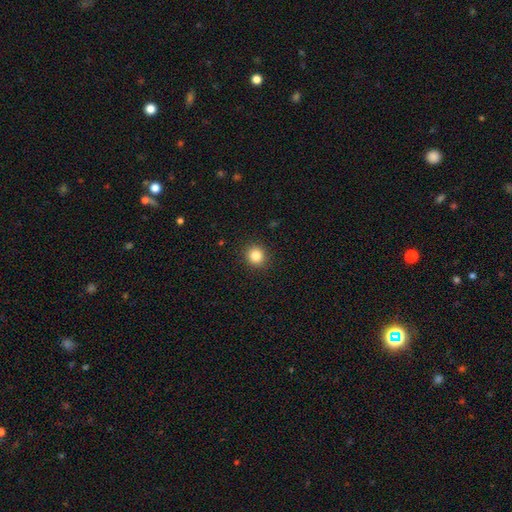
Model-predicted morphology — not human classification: This is clearly a smooth galaxy (84%). How rounded: clearly round (89%). Merging: clearly none (92%).